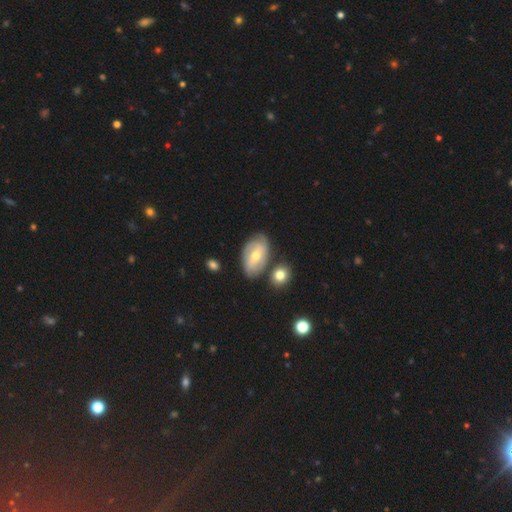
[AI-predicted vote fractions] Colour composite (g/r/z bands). It shows a featured or disk galaxy (54%). Merging: none (68%).